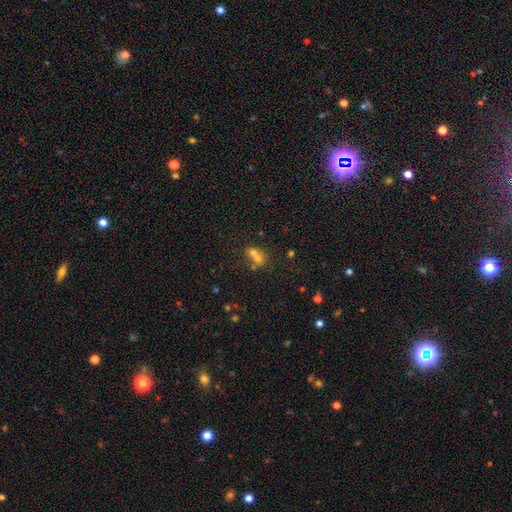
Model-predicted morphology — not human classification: smooth_or_featured: smooth (p=0.61) [alt: featured or disk p=0.20]
how_rounded: round (p=0.56) [alt: in between p=0.42]
merging: merger (p=0.64) [alt: none p=0.25]